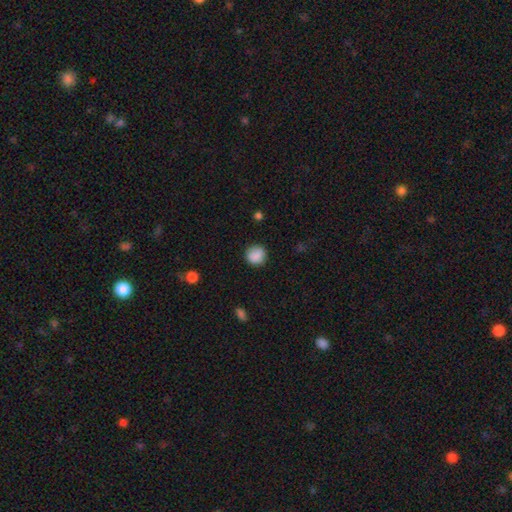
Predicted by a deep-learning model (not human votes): Smooth or featured? Predicted: smooth (p=0.87). How rounded? Predicted: round (p=0.87). Merging? Predicted: none (p=0.85).